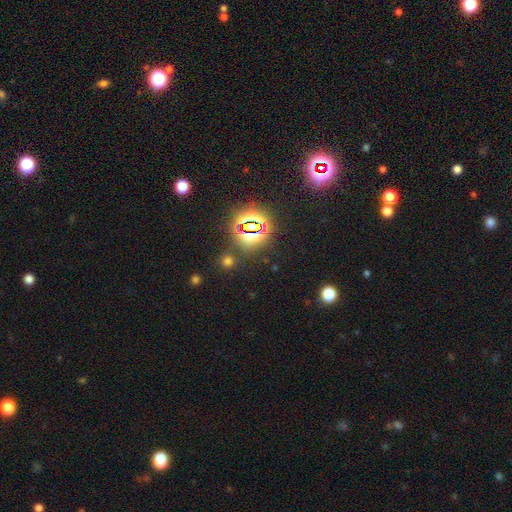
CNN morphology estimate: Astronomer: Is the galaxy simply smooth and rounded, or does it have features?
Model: star or artifact — 78%.